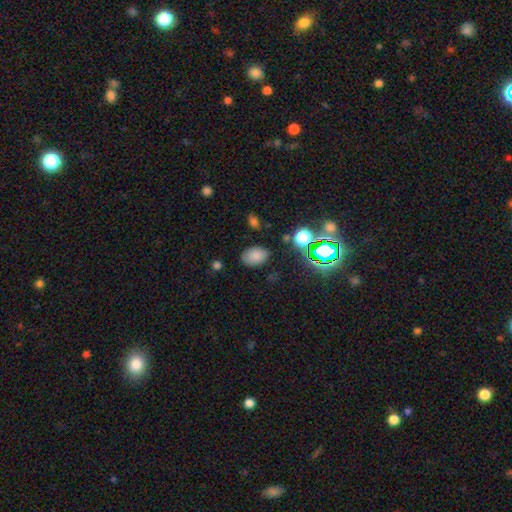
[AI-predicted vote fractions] smooth_or_featured: smooth (p=0.75) [alt: star or artifact p=0.16]
how_rounded: in between (p=0.82) [alt: round p=0.17]
merging: none (p=0.80) [alt: minor disturbance p=0.14]